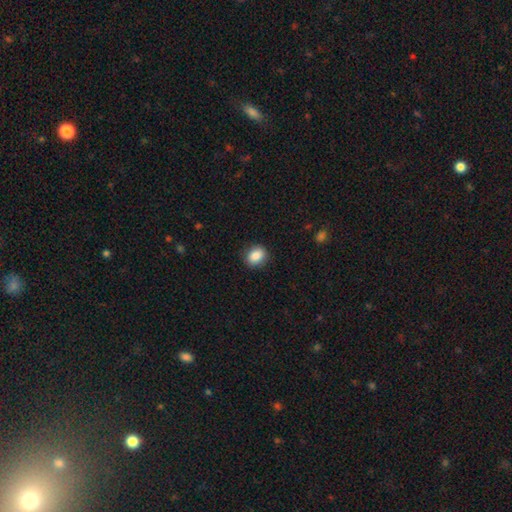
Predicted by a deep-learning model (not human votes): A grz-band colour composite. It shows a smooth galaxy with no disk features (87%) that is in between round and cigar-shaped (54%). Merging: none (88%).